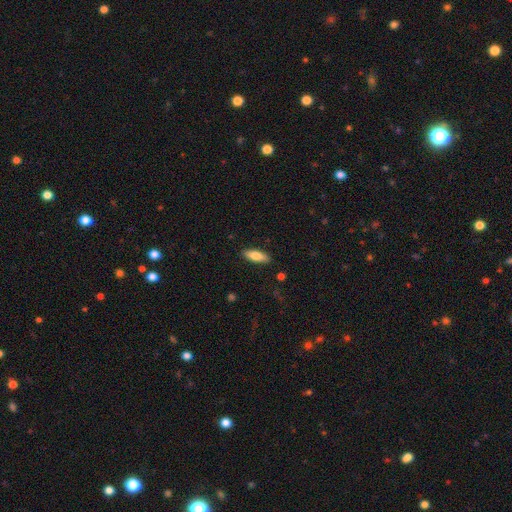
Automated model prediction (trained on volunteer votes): This appears to be a smooth galaxy with no disk features (80%) that is in between round and cigar-shaped (62%). Merging: none (88%).